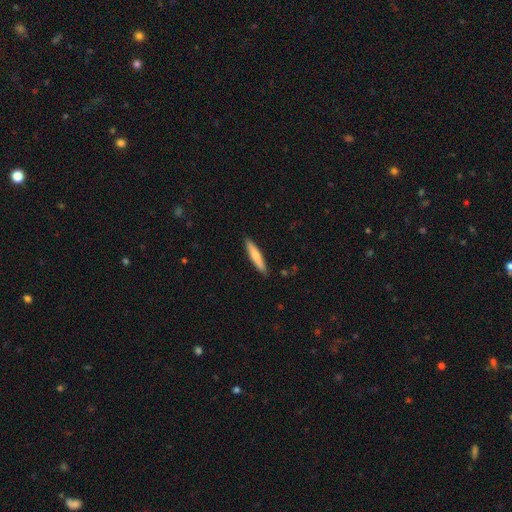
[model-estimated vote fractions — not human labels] A smooth galaxy with no disk features (71%) that is cigar-shaped (88%). Merging: none (89%).